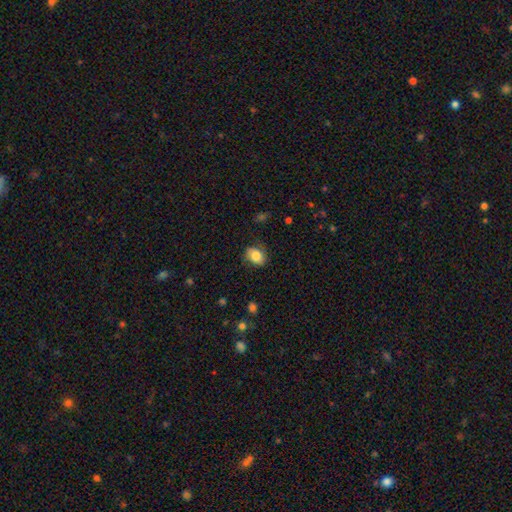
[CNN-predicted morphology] Smooth or featured?
  - smooth: 78% *
  - featured or disk: 14%
  - star or artifact: 8%
How rounded?
  - in between: 66% *
  - round: 33%
  - cigar-shaped: 1%
Merging?
  - none: 73% *
  - minor disturbance: 20%
  - major disturbance: 6%
  - merger: 1%